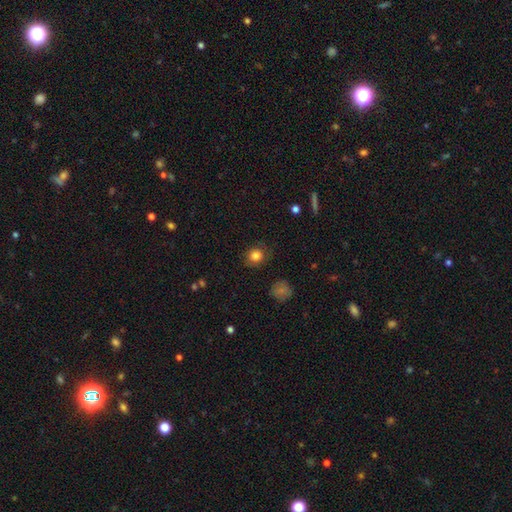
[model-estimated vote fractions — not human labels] This appears to be a smooth galaxy with no disk features (83%) that is round (80%). Merging: none (83%).